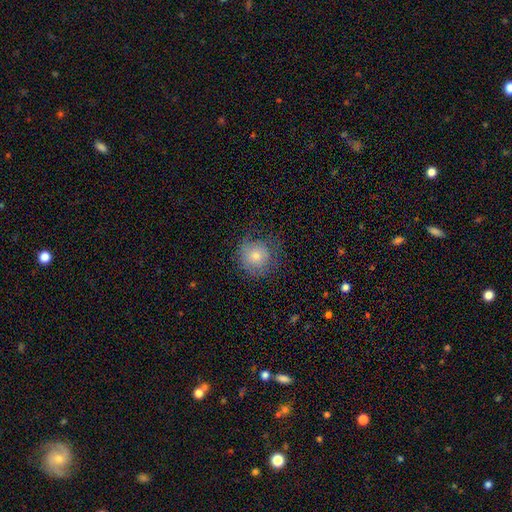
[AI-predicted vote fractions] The model was most divided on "smooth or featured": smooth: 67%, featured or disk: 22%, star or artifact: 11%. More confident: how rounded — round (91%); merging — none (68%).